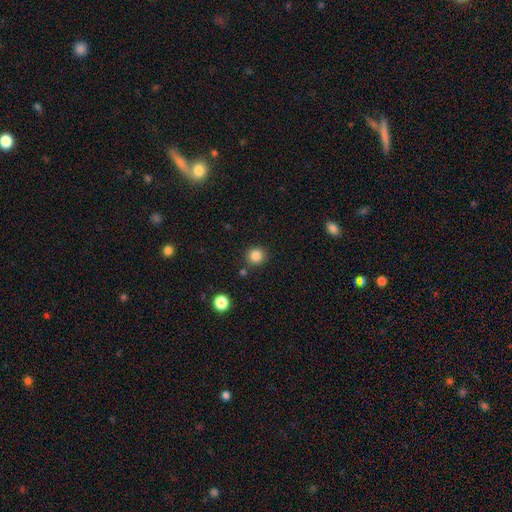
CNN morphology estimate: This is clearly a smooth galaxy (85%). How rounded: clearly round (92%). Merging: clearly none (86%).